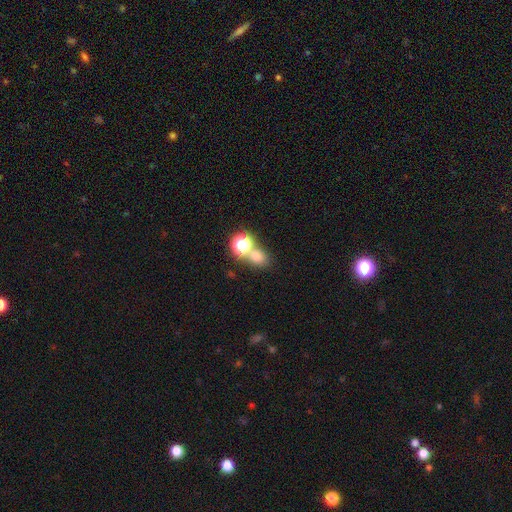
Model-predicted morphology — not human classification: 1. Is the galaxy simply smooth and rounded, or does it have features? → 67% smooth, 24% star or artifact, 9% featured or disk.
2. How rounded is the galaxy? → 62% round, 36% in between, 1% cigar-shaped.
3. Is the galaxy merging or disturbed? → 53% none, 35% merger, 8% minor disturbance, 4% major disturbance.